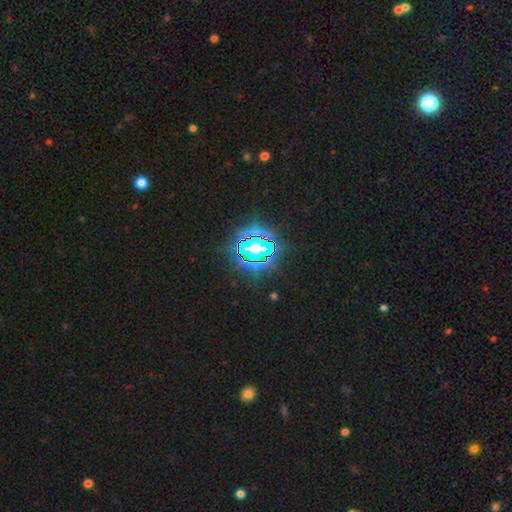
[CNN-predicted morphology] A star or artifact, not a galaxy (83%).

Vote fractions:
- Smooth or featured? star or artifact: 83% / smooth: 11% / featured or disk: 7%